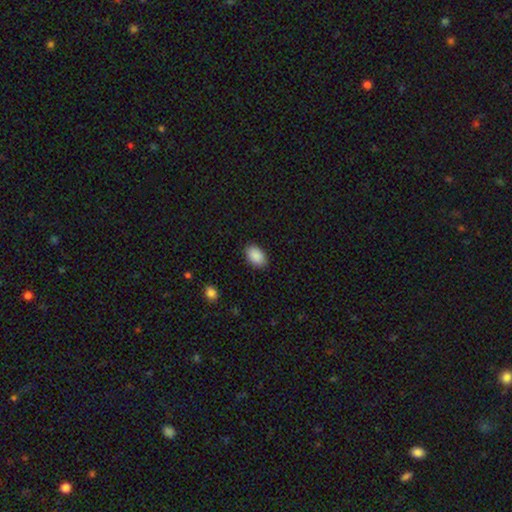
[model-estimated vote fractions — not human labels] Overall: smooth (90%). How rounded: in between (91%). Merging: none (88%).